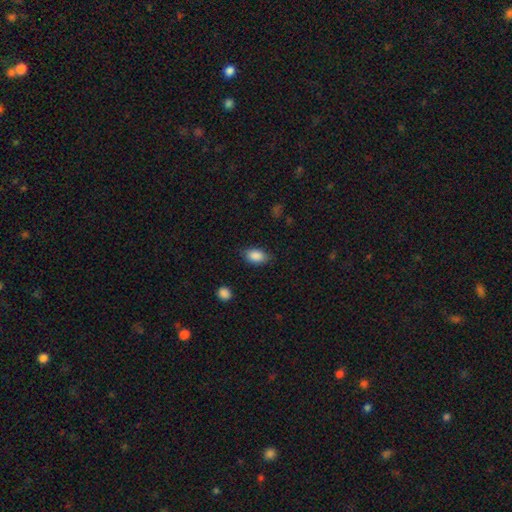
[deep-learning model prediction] This appears to be a smooth galaxy with no disk features (88%) that is in between round and cigar-shaped (88%). Merging: none (79%).